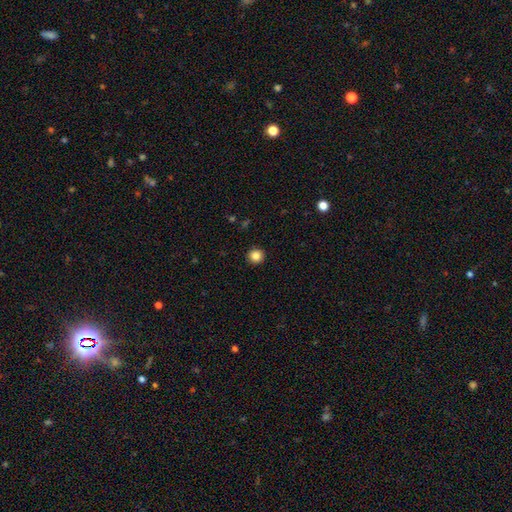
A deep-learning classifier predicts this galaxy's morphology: smooth-or-featured: smooth: 85% | star or artifact: 11% | featured or disk: 5%
  how-rounded: round: 94% | in between: 5% | cigar-shaped: 1%
  merging: none: 93% | minor disturbance: 4% | major disturbance: 2% | merger: 1%